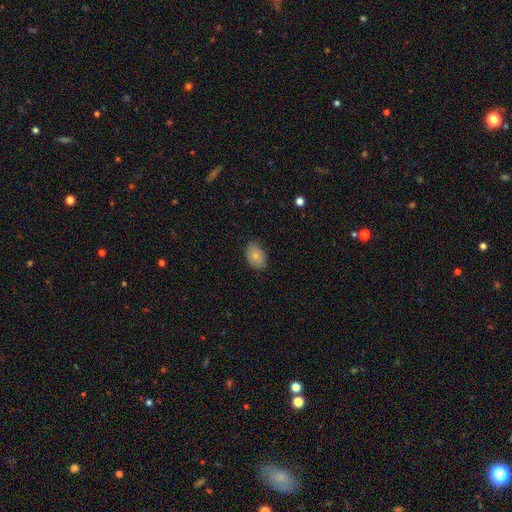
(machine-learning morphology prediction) Overall: smooth (78%). How rounded: in between (82%). Merging: none (78%).